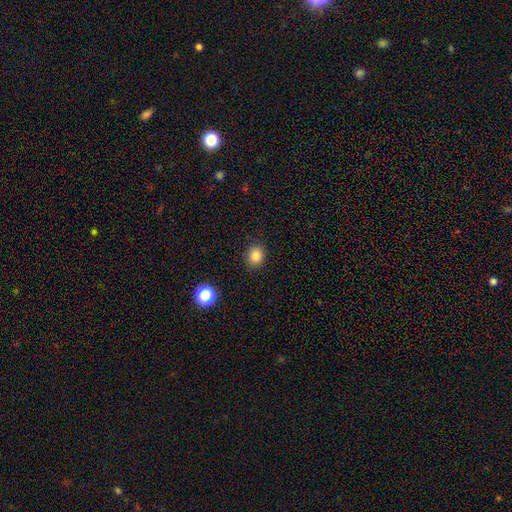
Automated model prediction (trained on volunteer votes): Overall: smooth (82%). How rounded: round (69%; in between 30%). Merging: none (89%).